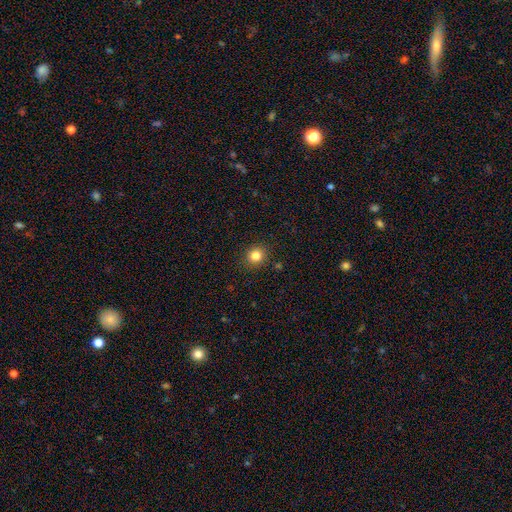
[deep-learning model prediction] Morphology: type=smooth (82%); roundness=round (83%); merging=none (90%).